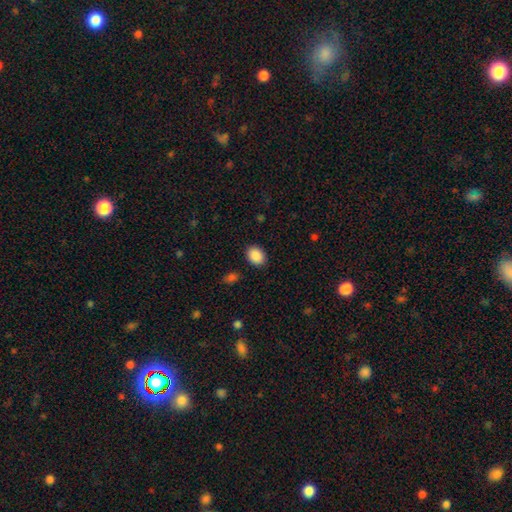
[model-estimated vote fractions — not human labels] smooth-or-featured: smooth: 89% | star or artifact: 8% | featured or disk: 3%
  how-rounded: in between: 62% | round: 38% | cigar-shaped: 1%
  merging: none: 88% | minor disturbance: 8% | major disturbance: 2% | merger: 1%